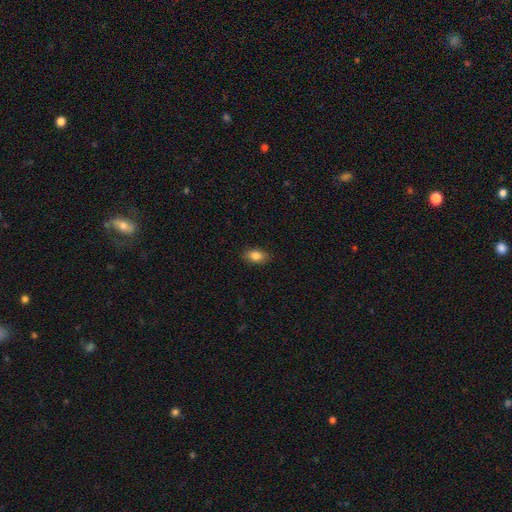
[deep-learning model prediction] Morphology: type=smooth (84%); roundness=in between (87%); merging=none (87%).